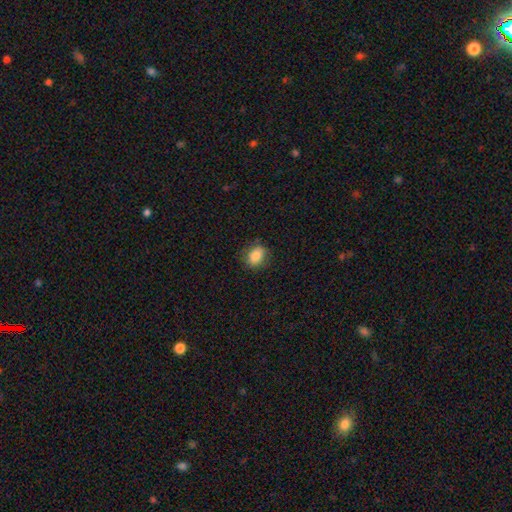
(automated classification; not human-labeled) smooth 85%, star or artifact 9%, featured or disk 6%. Down the decision tree: how rounded — in between (64%); merging — none (81%).